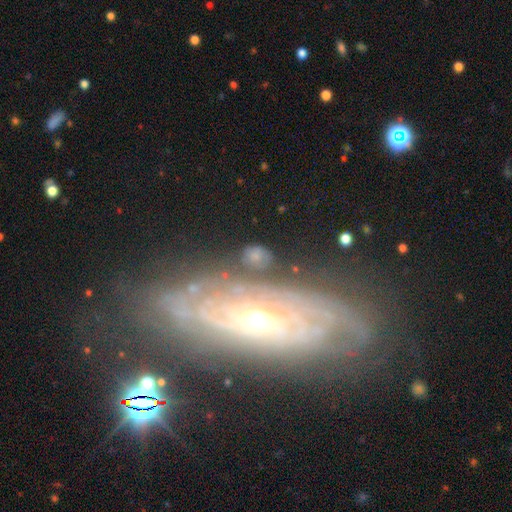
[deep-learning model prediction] Morphology: type=smooth (49%); merging=none (66%).